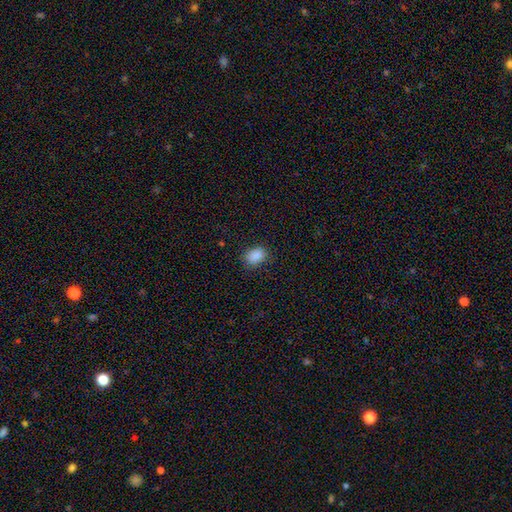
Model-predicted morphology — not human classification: smooth 87%, star or artifact 9%, featured or disk 3%. Down the decision tree: how rounded — in between (74%); merging — none (81%).